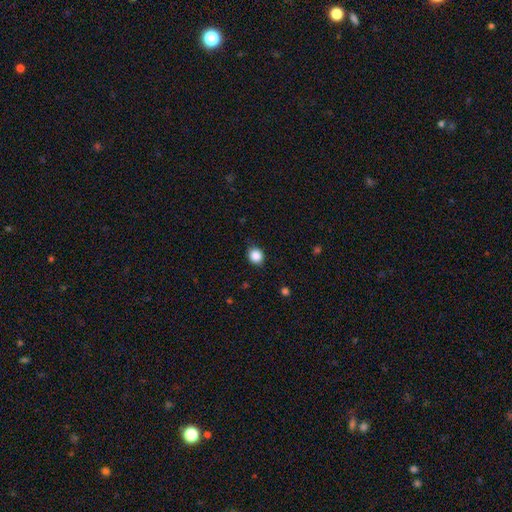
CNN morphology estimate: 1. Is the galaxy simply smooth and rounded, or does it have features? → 87% smooth, 10% star or artifact, 3% featured or disk.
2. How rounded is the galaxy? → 76% round, 23% in between, 1% cigar-shaped.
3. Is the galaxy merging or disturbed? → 86% none, 11% minor disturbance, 3% major disturbance, 1% merger.